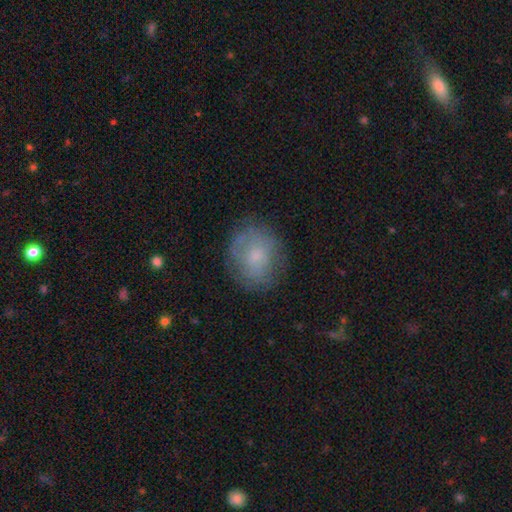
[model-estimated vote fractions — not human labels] Overall: smooth (56%; featured or disk 35%). How rounded: round (59%; in between 40%). Merging: none (74%).